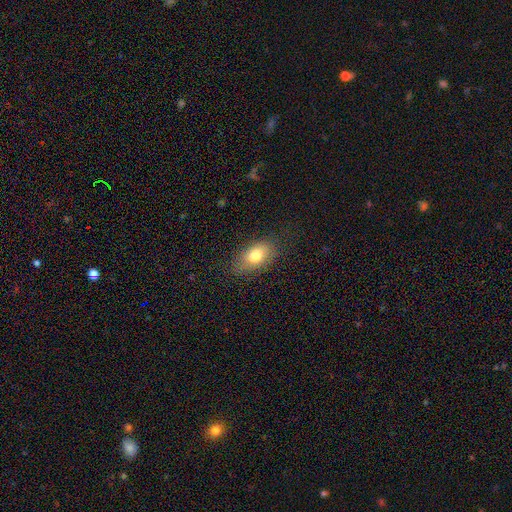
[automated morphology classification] A smooth galaxy with no disk features (76%) that is in between round and cigar-shaped (87%). Merging: none (78%).